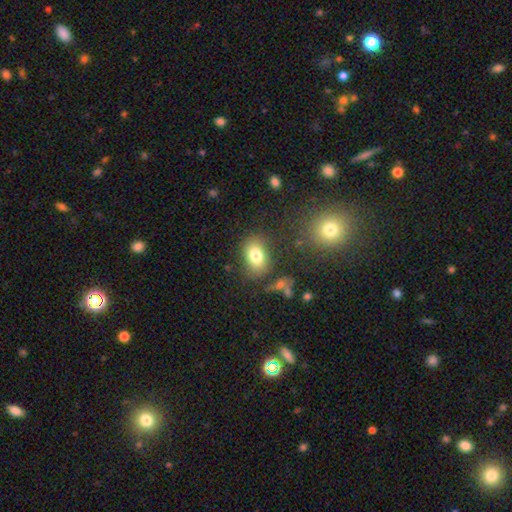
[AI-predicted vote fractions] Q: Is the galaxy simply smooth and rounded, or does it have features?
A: smooth — 79%.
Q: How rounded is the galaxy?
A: in between — 77%.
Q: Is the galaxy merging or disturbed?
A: none — 76%.